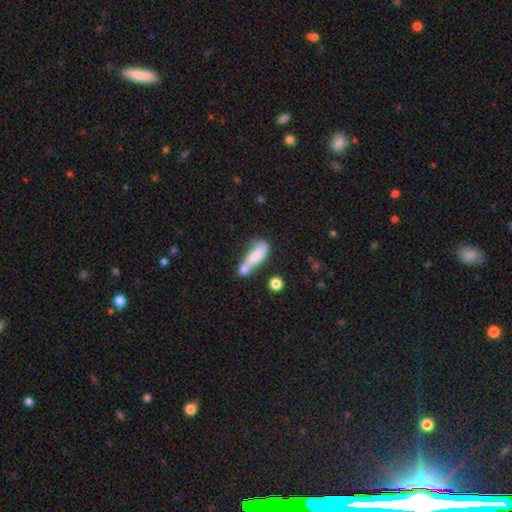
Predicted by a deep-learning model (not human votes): This appears to be a smooth galaxy with no disk features (73%) that is in between round and cigar-shaped (55%). Merging: merger (50%).